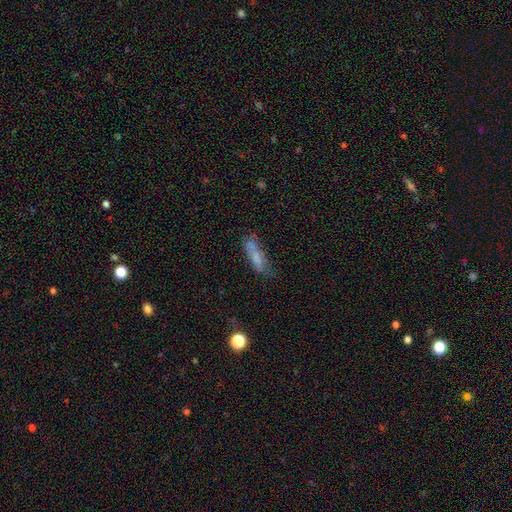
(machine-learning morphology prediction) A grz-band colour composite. It shows a smooth galaxy with no disk features (69%) that is cigar-shaped (56%). Merging: none (49%).